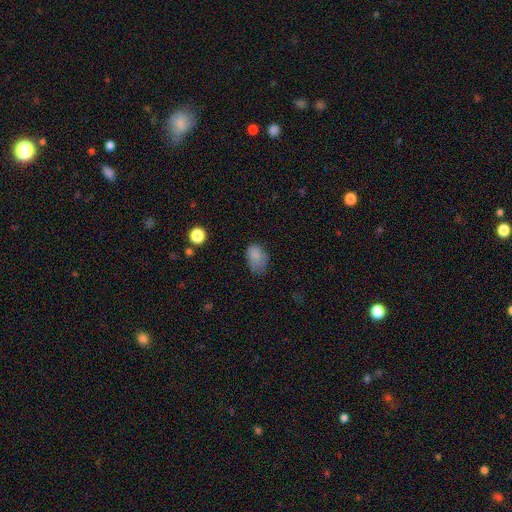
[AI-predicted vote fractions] smooth_or_featured: smooth (p=0.79) [alt: star or artifact p=0.11]
how_rounded: in between (p=0.81) [alt: round p=0.17]
merging: none (p=0.50) [alt: minor disturbance p=0.34]